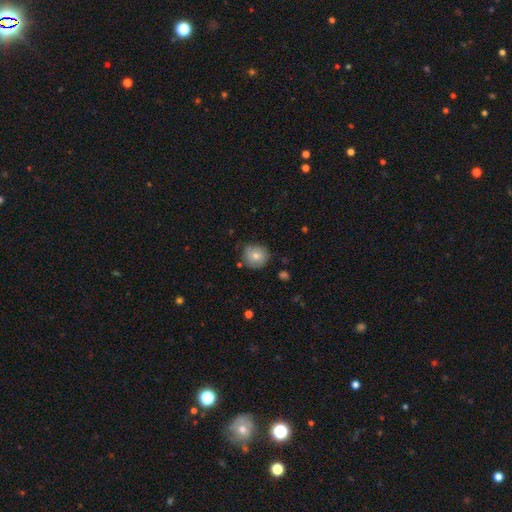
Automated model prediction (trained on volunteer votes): Overall: smooth (68%). How rounded: round (87%). Merging: none (76%).